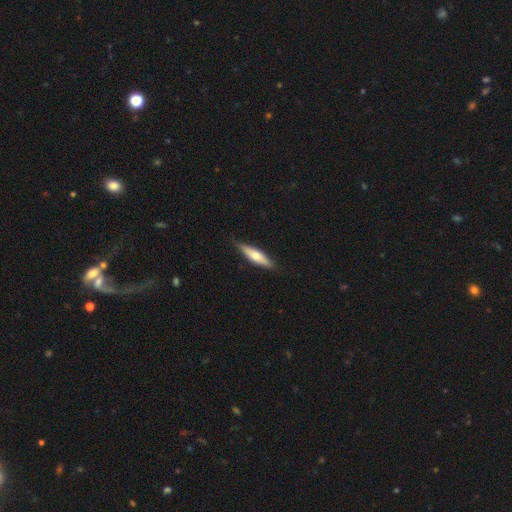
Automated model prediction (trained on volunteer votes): Smooth or featured? smooth (54%)
How rounded? cigar-shaped (70%)
Merging? none (84%)